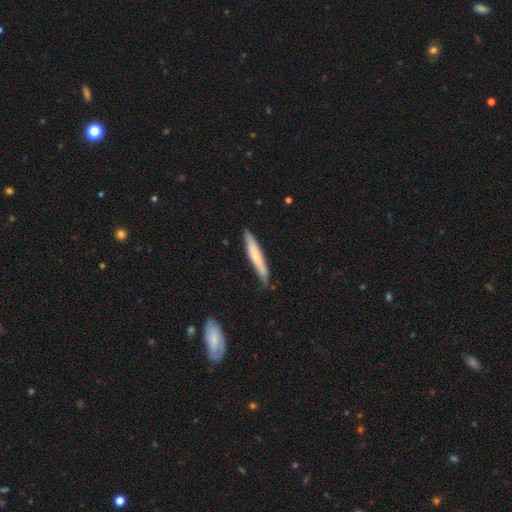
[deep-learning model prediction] Overall: smooth (65%; featured or disk 29%). How rounded: cigar-shaped (92%). Merging: none (77%).